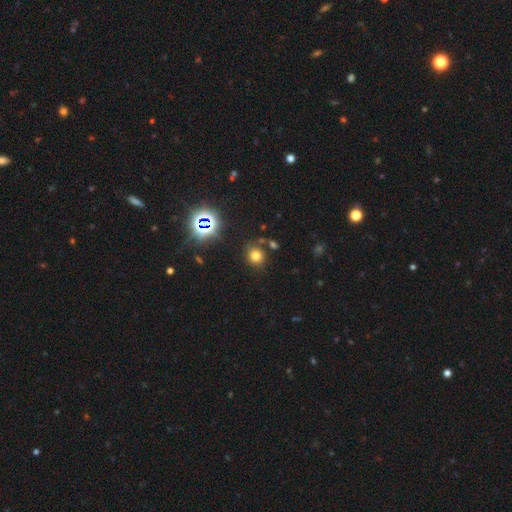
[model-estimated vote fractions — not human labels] Smooth or featured? smooth (69%)
How rounded? round (85%)
Merging? none (79%)